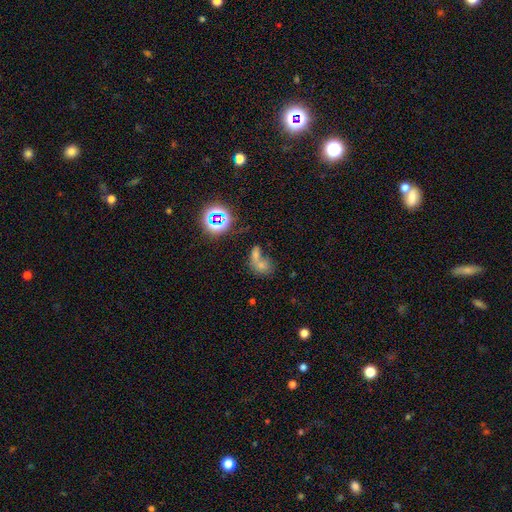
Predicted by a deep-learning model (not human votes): Morphology: type=smooth (51%); roundness=in between (55%); merging=merger (56%).